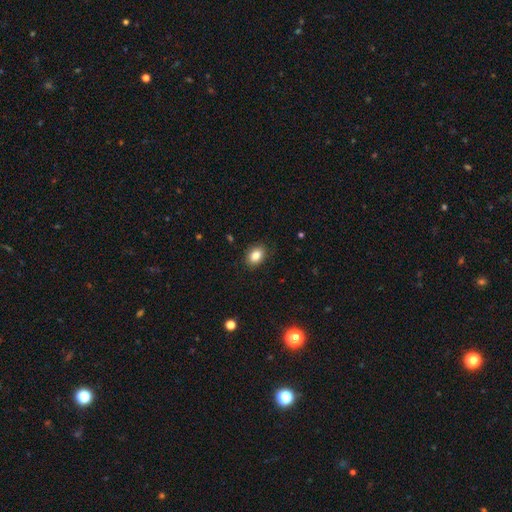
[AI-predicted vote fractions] Overall: smooth (85%). How rounded: in between (74%). Merging: none (86%).